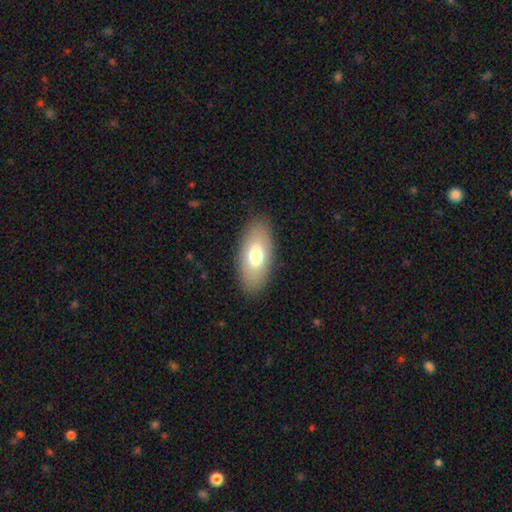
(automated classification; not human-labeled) Q: Smooth or featured?
A: smooth (71%); runner-up: featured or disk (22%)
Q: How rounded?
A: in between (92%); runner-up: cigar-shaped (5%)
Q: Merging?
A: none (87%); runner-up: minor disturbance (9%)